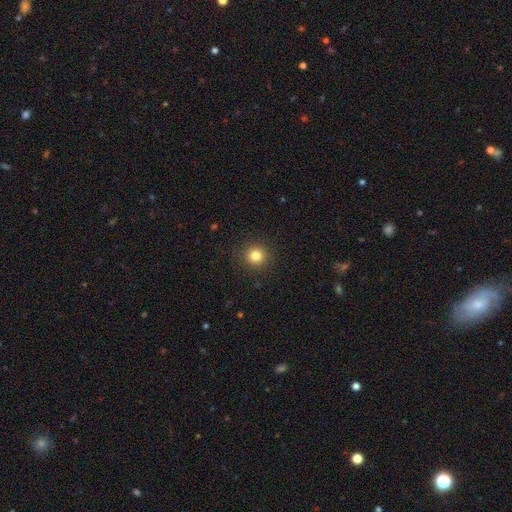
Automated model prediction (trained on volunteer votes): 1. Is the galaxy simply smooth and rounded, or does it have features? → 82% smooth, 13% star or artifact, 6% featured or disk.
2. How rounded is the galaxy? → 94% round, 5% in between, 1% cigar-shaped.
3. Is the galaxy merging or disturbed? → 92% none, 5% minor disturbance, 2% major disturbance, 1% merger.